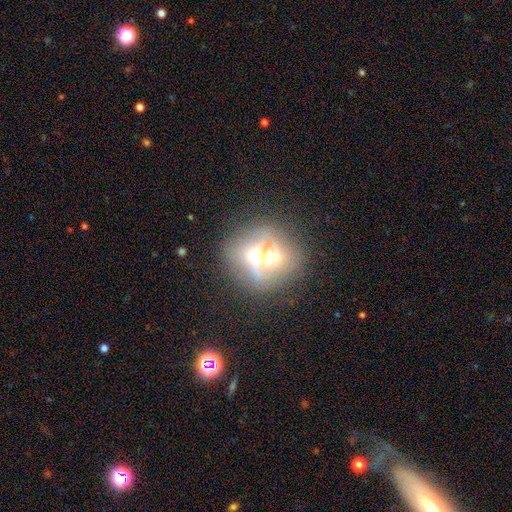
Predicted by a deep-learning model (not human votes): Q: Smooth or featured?
A: featured or disk (61%); runner-up: smooth (25%)
Q: Edge-on disk?
A: no (79%); runner-up: yes (21%)
Q: Merging?
A: none (60%); runner-up: minor disturbance (17%)